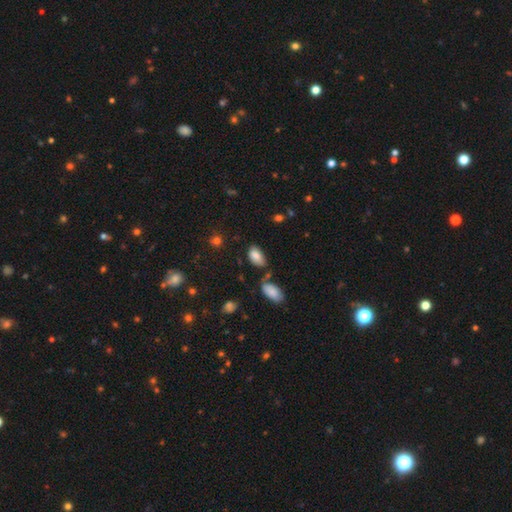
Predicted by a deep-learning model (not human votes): A smooth galaxy with no disk features (83%) that is in between round and cigar-shaped (93%). Merging: none (58%).